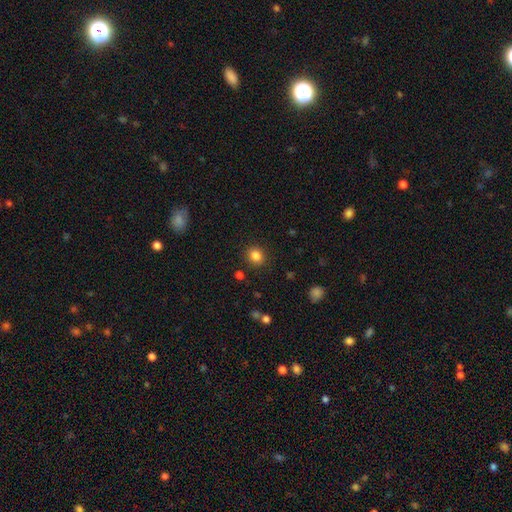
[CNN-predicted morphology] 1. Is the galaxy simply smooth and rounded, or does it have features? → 84% smooth, 11% star or artifact, 5% featured or disk.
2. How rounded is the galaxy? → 80% round, 20% in between, 1% cigar-shaped.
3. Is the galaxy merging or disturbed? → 89% none, 7% minor disturbance, 2% major disturbance, 2% merger.